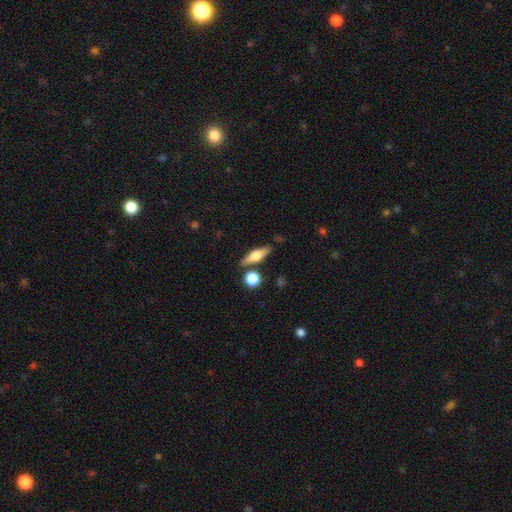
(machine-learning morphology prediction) featured or disk 52%, smooth 41%, star or artifact 7%. Down the decision tree: edge-on disk — yes (93%); merging — none (81%).